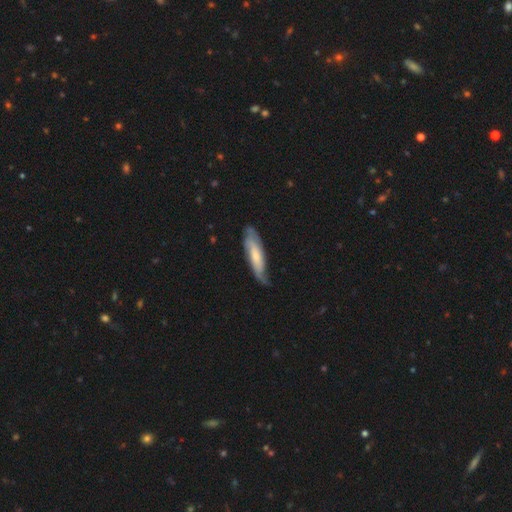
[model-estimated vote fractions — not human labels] Overall: featured or disk (56%; smooth 39%). Edge-on disk: no (68%; yes 32%). Merging: none (66%).